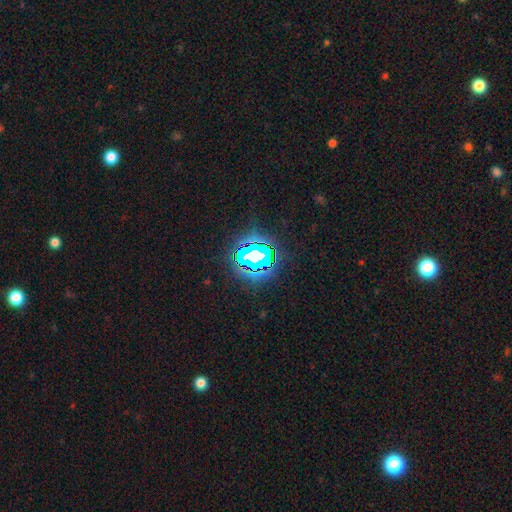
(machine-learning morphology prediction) Q: Smooth or featured?
A: star or artifact (68%); runner-up: smooth (17%)